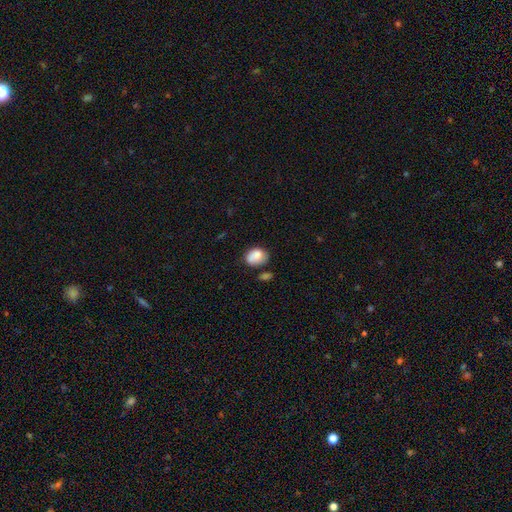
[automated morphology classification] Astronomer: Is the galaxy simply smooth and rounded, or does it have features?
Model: smooth — 80%.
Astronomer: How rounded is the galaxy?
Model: in between — 62% (runner-up: round, 37%).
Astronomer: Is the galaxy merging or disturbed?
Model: none — 51% (runner-up: minor disturbance, 27%).